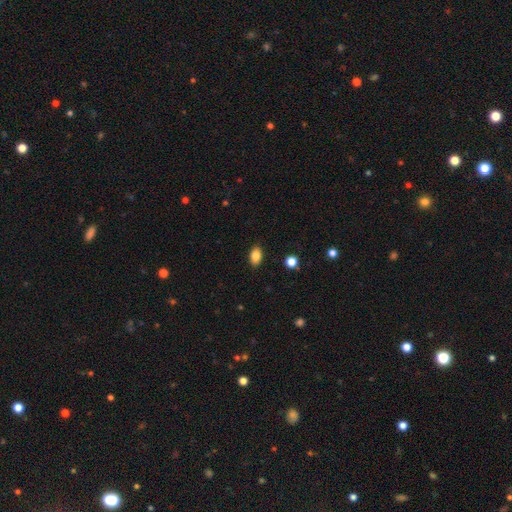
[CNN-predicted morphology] smooth 83%, star or artifact 9%, featured or disk 8%. Down the decision tree: how rounded — in between (86%); merging — none (88%).